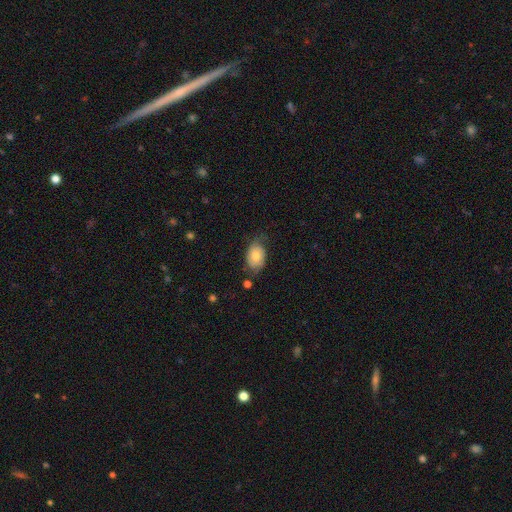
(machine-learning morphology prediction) This is likely a smooth galaxy (64%). How rounded: clearly in between (86%). Merging: possibly none (57%).